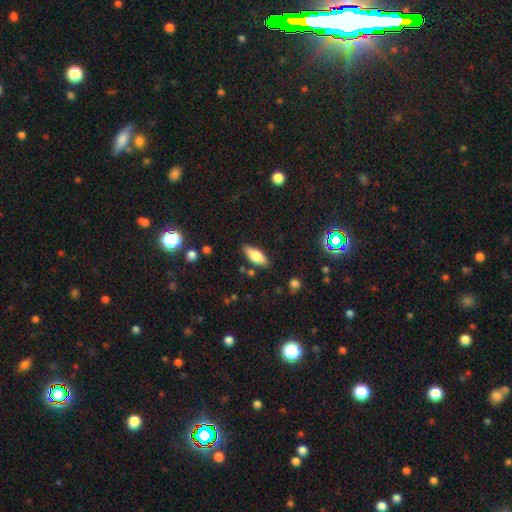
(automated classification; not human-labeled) Morphology: type=smooth (71%); roundness=in between (72%); merging=none (83%).